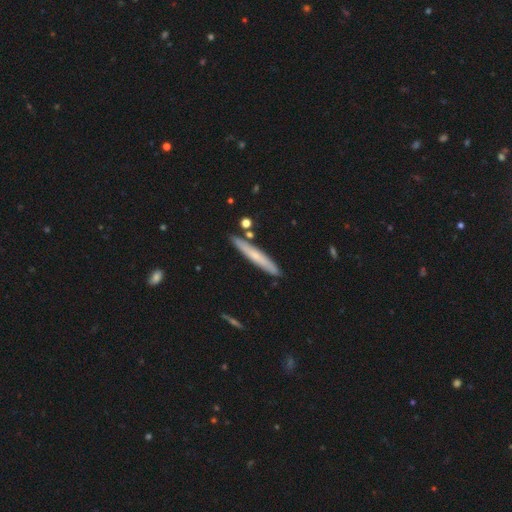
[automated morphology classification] type=smooth (54%); roundness=cigar-shaped (95%); merging=none (86%).